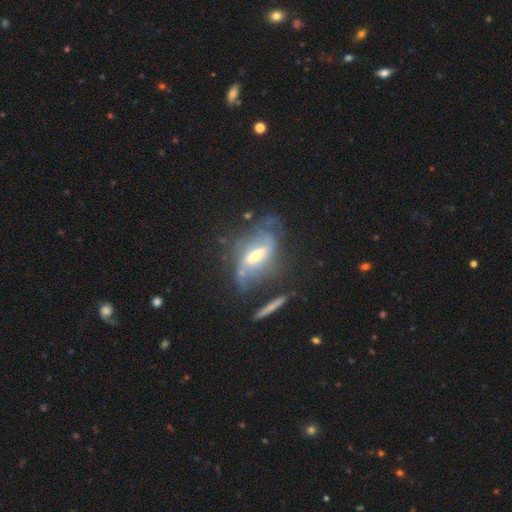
Morphology: type=featured or disk (78%); edge-on=no (79%); bar=strong (57%); spiral arms=yes (87%); winding=loose (80%); arm count=2 (75%); bulge=small (52%); merging=none (51%).